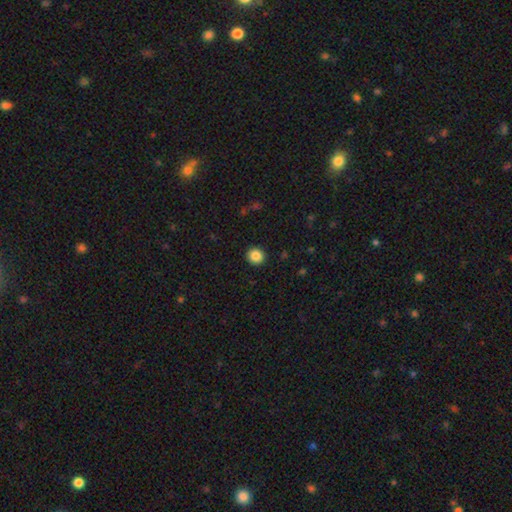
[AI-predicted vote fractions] smooth_or_featured: smooth (p=0.86) [alt: star or artifact p=0.10]
how_rounded: round (p=0.91) [alt: in between p=0.08]
merging: none (p=0.92) [alt: minor disturbance p=0.05]